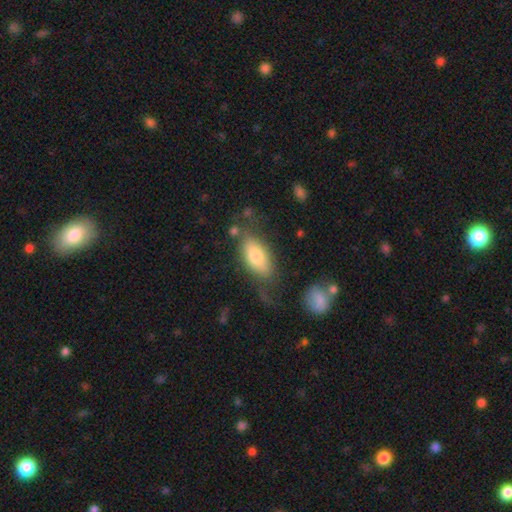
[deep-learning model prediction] smooth-or-featured: smooth: 72% | featured or disk: 22% | star or artifact: 7%
  how-rounded: in between: 87% | cigar-shaped: 10% | round: 4%
  merging: none: 56% | minor disturbance: 23% | major disturbance: 15% | merger: 6%